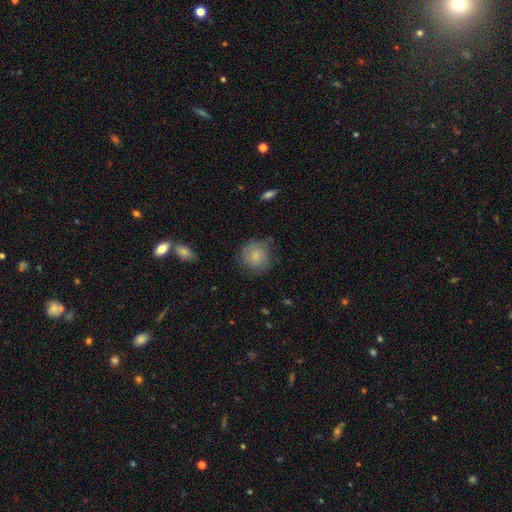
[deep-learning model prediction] A smooth galaxy with no disk features (75%) that is round (90%). Merging: none (66%).